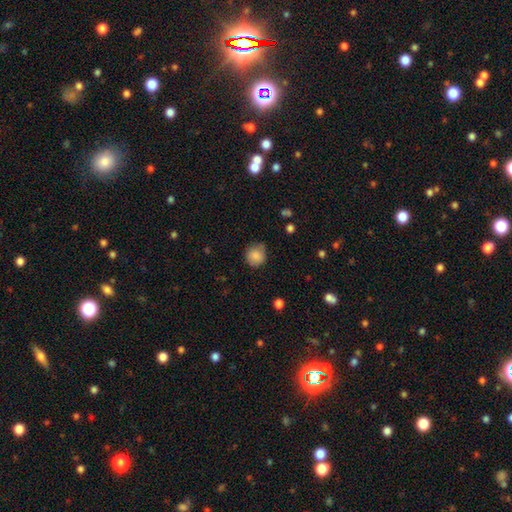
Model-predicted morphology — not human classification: smooth_or_featured: smooth (p=0.86) [alt: star or artifact p=0.09]
how_rounded: round (p=0.87) [alt: in between p=0.12]
merging: none (p=0.76) [alt: minor disturbance p=0.18]